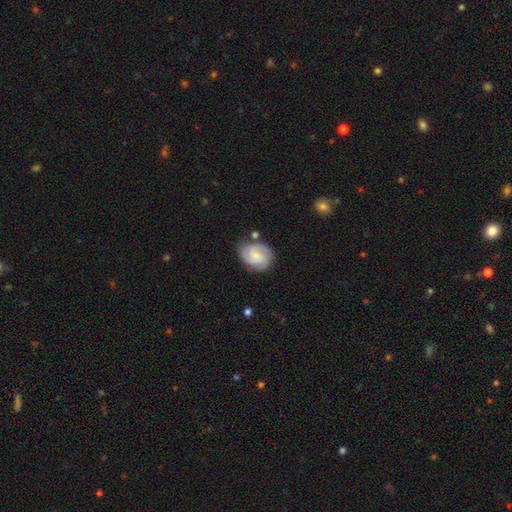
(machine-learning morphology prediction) A featured or disk galaxy (64%) with a weak bar (48%), 2 (59%) medium (44%) spiral arms (93%) and a small central bulge (52%). Merging: none (69%).